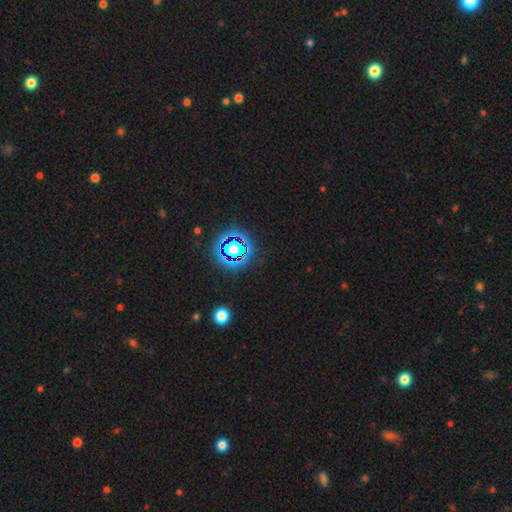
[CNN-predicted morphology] The model was most divided on "smooth or featured": star or artifact: 79%, smooth: 14%, featured or disk: 7%.